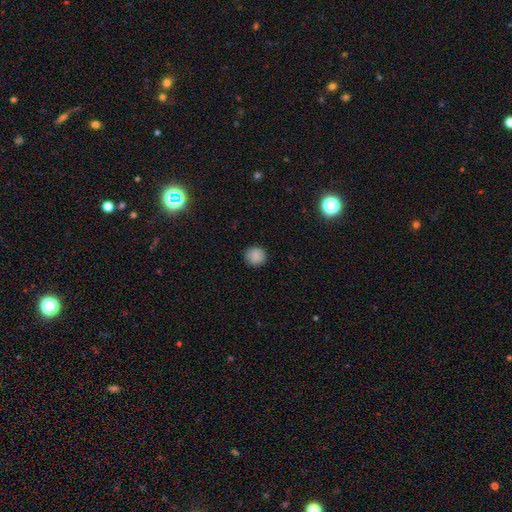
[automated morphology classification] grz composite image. It shows a smooth galaxy with no disk features (87%) that is round (93%). Merging: none (89%).